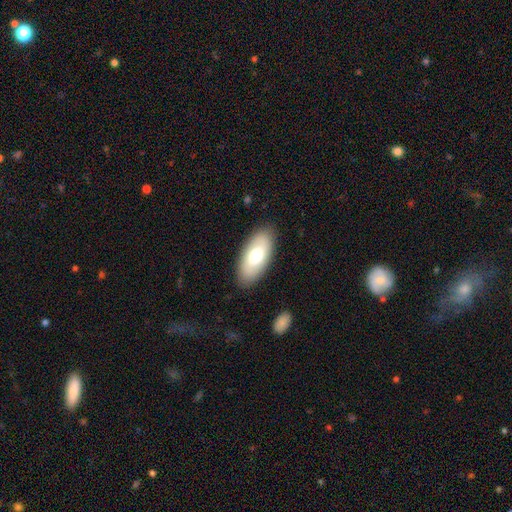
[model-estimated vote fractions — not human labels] Morphology: type=smooth (70%); roundness=in between (90%); merging=none (87%).